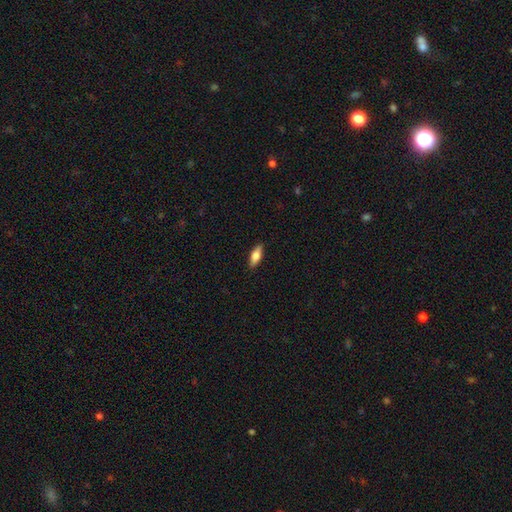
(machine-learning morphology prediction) Smooth or featured? Predicted: smooth (p=0.73). How rounded? Predicted: in between (p=0.68). Merging? Predicted: none (p=0.89).